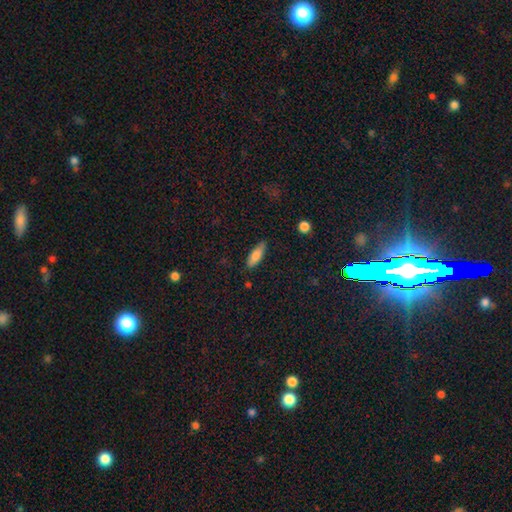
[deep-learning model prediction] Smooth or featured? smooth (79%)
How rounded? in between (56%)
Merging? none (83%)